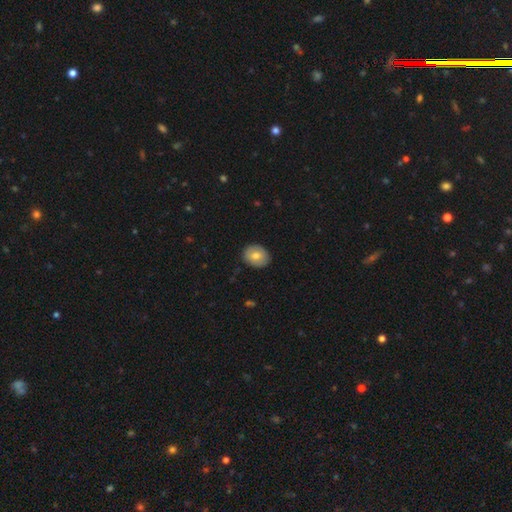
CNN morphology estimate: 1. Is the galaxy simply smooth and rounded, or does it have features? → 73% smooth, 20% featured or disk, 7% star or artifact.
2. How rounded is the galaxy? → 55% round, 44% in between, 1% cigar-shaped.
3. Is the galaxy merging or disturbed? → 88% none, 9% minor disturbance, 2% major disturbance, 1% merger.